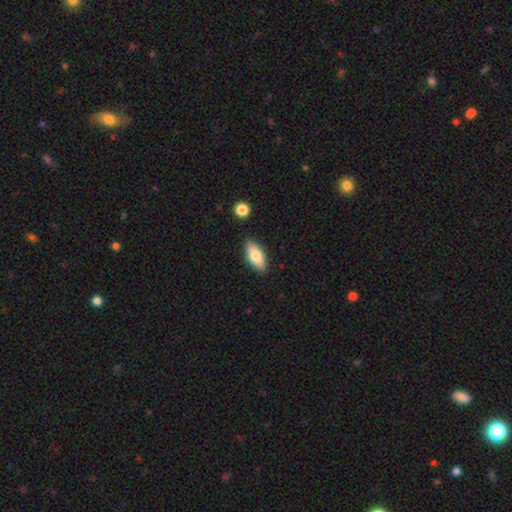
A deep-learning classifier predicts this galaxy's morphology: Q: Smooth or featured?
A: smooth (75%); runner-up: featured or disk (19%)
Q: How rounded?
A: in between (86%); runner-up: cigar-shaped (11%)
Q: Merging?
A: none (86%); runner-up: minor disturbance (10%)